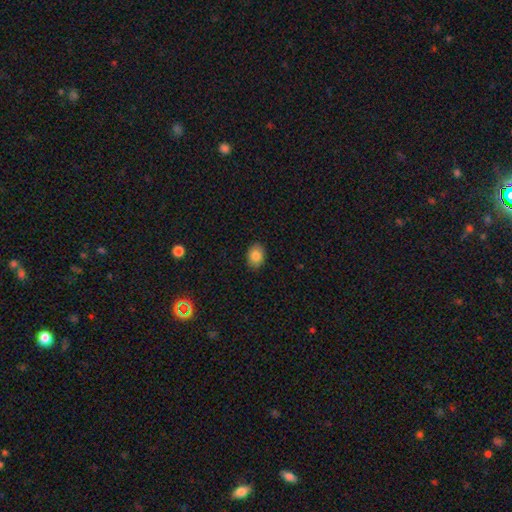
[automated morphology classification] This appears to be a smooth galaxy with no disk features (85%) that is in between round and cigar-shaped (67%). Merging: none (89%).